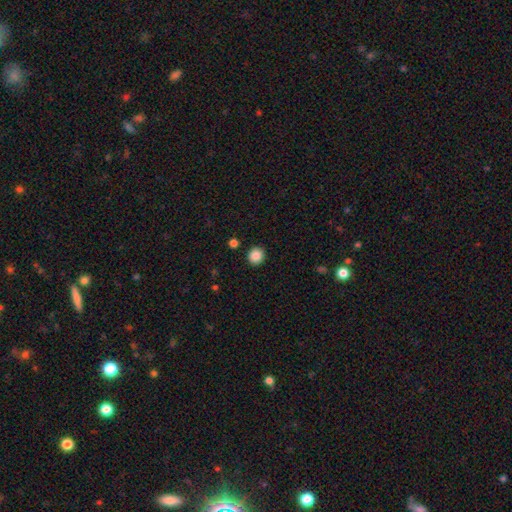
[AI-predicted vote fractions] This is clearly a smooth galaxy (86%). How rounded: clearly round (88%). Merging: clearly none (91%).